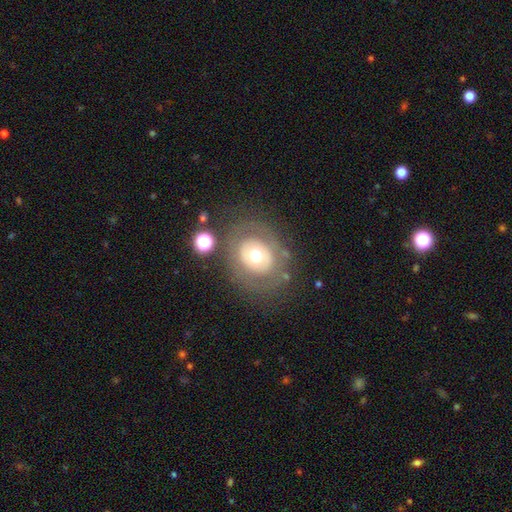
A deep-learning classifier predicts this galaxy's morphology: A smooth galaxy with no disk features (47%). Merging: none (74%).